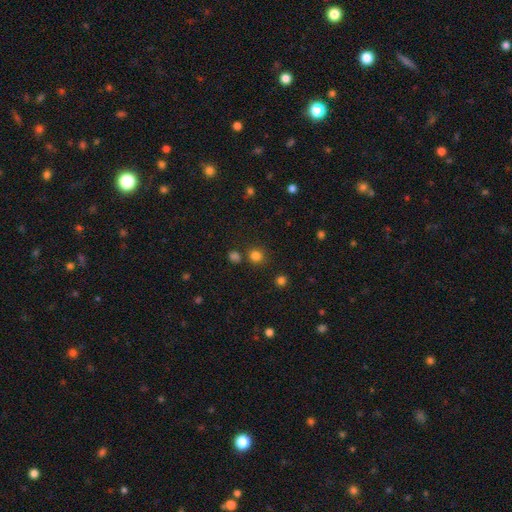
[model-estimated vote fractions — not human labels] Overall: smooth (79%). How rounded: round (89%). Merging: none (82%).